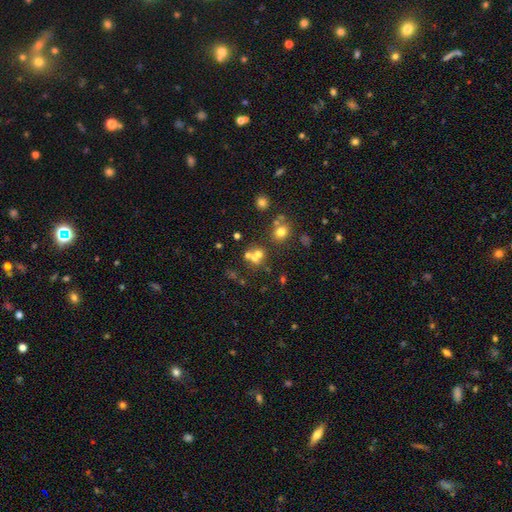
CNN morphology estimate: This is possibly a smooth galaxy (55%). How rounded: clearly round (80%). Merging: possibly none (47%).